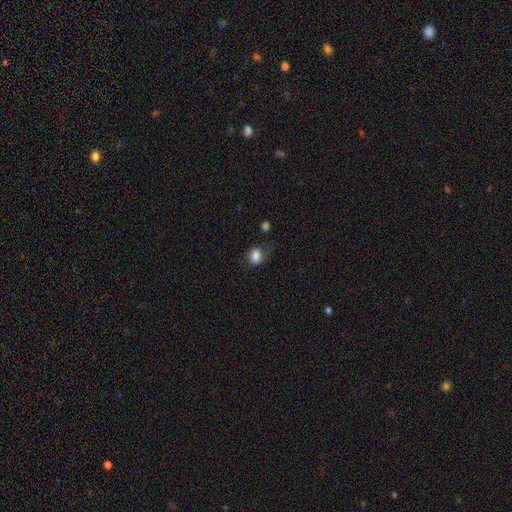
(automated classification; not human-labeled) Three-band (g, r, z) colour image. It shows a smooth galaxy with no disk features (83%) that is in between round and cigar-shaped (55%). Merging: none (56%).